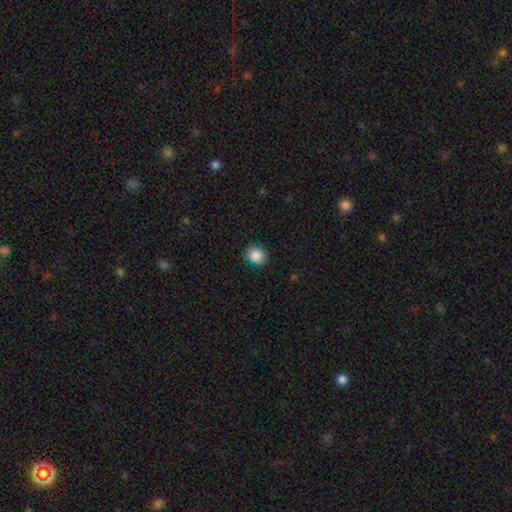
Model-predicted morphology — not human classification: type=smooth (87%); roundness=round (69%); merging=none (83%).